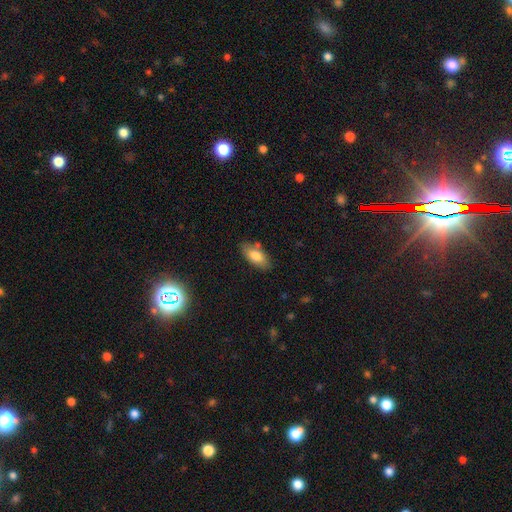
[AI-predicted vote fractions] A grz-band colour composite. It shows a smooth galaxy with no disk features (78%) that is in between round and cigar-shaped (88%). Merging: none (77%).